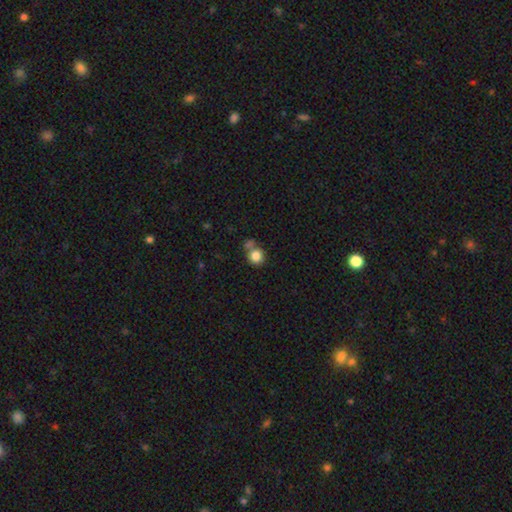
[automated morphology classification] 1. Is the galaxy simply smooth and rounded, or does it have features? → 84% smooth, 10% star or artifact, 6% featured or disk.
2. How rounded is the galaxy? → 86% round, 13% in between, 1% cigar-shaped.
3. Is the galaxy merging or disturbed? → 56% none, 27% merger, 12% minor disturbance, 5% major disturbance.